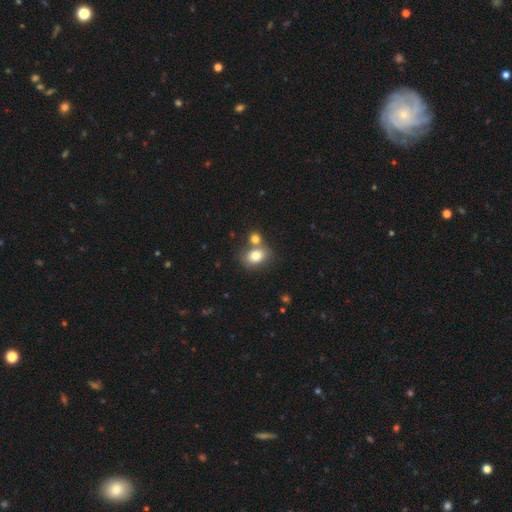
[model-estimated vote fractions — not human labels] The model was most divided on "merging": none: 51%, merger: 35%, minor disturbance: 11%, major disturbance: 3%. More confident: smooth or featured — smooth (79%); how rounded — in between (61%).